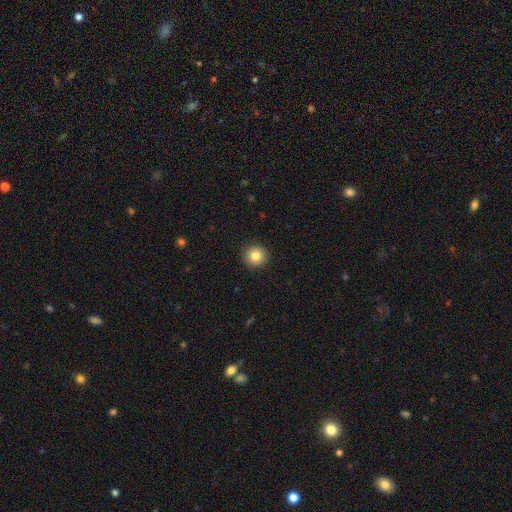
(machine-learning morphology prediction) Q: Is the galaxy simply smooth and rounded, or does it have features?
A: smooth — 83%.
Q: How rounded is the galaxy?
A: round — 94%.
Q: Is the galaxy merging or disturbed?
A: none — 92%.